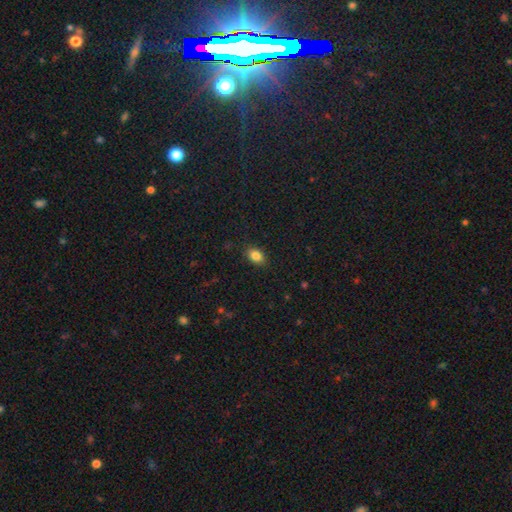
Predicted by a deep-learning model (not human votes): Overall: smooth (86%). How rounded: in between (80%). Merging: none (87%).